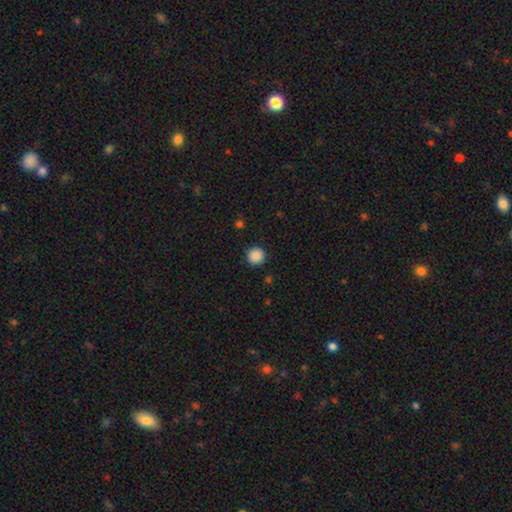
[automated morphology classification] smooth-or-featured: smooth: 88% | star or artifact: 10% | featured or disk: 2%
  how-rounded: round: 95% | in between: 4% | cigar-shaped: 1%
  merging: none: 90% | minor disturbance: 7% | major disturbance: 2% | merger: 1%